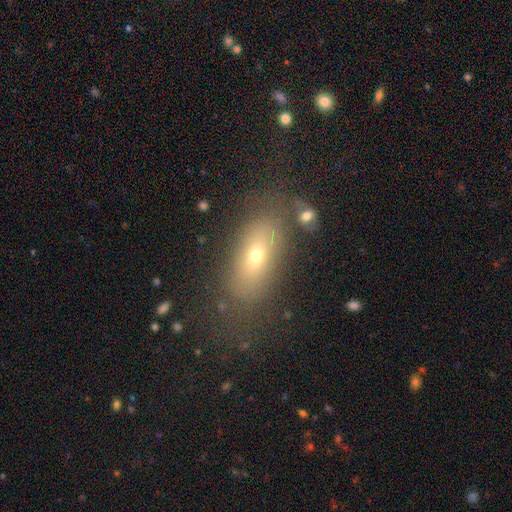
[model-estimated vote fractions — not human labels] This is likely a smooth galaxy (62%). How rounded: likely in between (73%). Merging: likely none (74%).